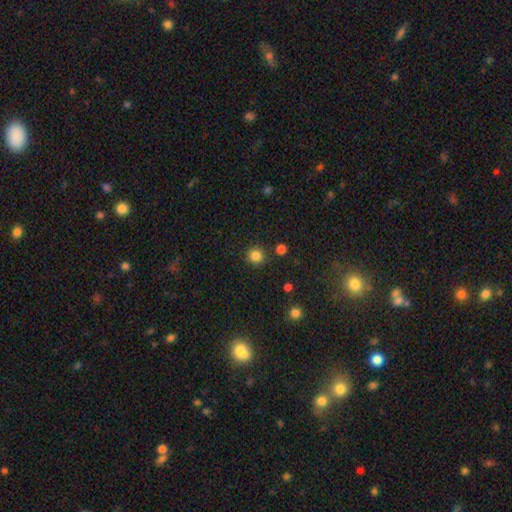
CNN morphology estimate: type=smooth (83%); roundness=round (92%); merging=none (88%).